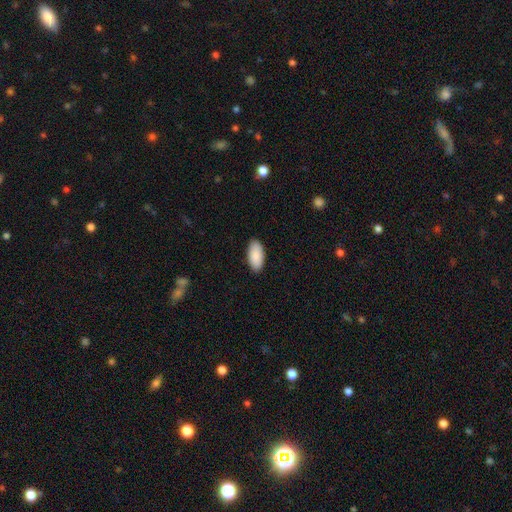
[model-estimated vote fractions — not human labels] smooth 89%, star or artifact 6%, featured or disk 5%. Down the decision tree: how rounded — in between (94%); merging — none (89%).